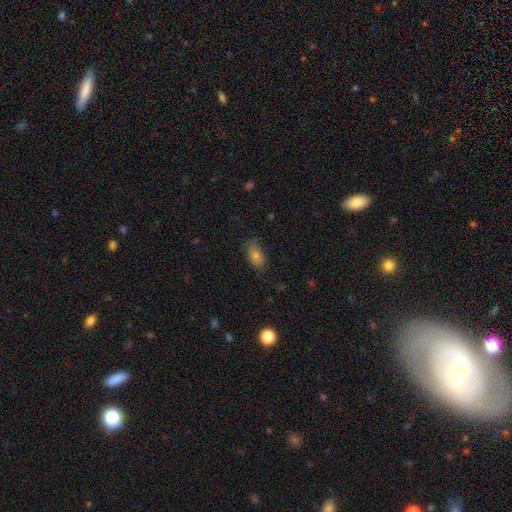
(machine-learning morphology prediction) Smooth or featured? smooth (72%)
How rounded? in between (88%)
Merging? none (74%)